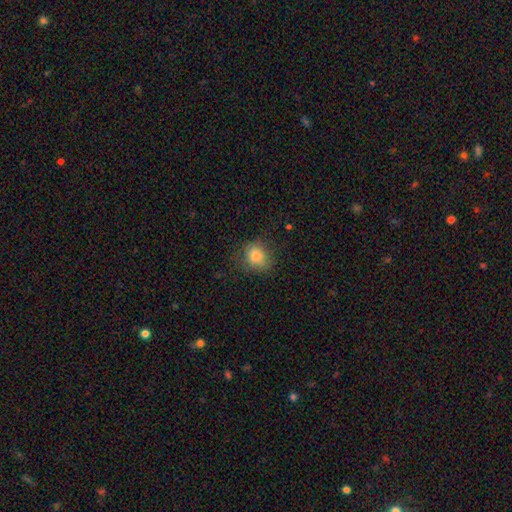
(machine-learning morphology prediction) Q: Smooth or featured?
A: smooth (83%); runner-up: star or artifact (10%)
Q: How rounded?
A: round (66%); runner-up: in between (33%)
Q: Merging?
A: none (74%); runner-up: minor disturbance (19%)